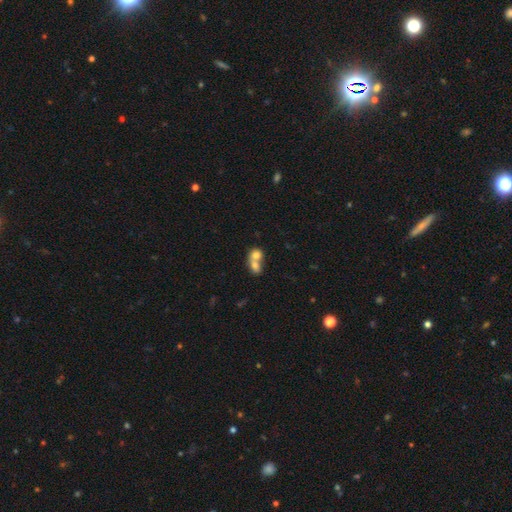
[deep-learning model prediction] A smooth galaxy with no disk features (71%) that is round (53%).

Vote fractions:
- Smooth or featured? smooth: 71% / featured or disk: 21% / star or artifact: 9%
- How rounded? round: 53% / in between: 45% / cigar-shaped: 2%
- Merging? merger: 77% / none: 16% / minor disturbance: 4% / major disturbance: 3%